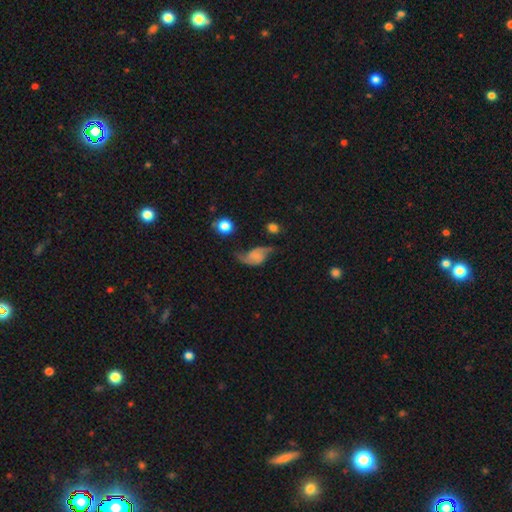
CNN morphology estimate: Q: Smooth or featured?
A: featured or disk (63%); runner-up: smooth (28%)
Q: Edge-on disk?
A: no (96%); runner-up: yes (4%)
Q: Bar?
A: no (62%); runner-up: weak (29%)
Q: Spiral arms?
A: yes (89%); runner-up: no (11%)
Q: Spiral winding?
A: loose (73%); runner-up: medium (21%)
Q: Spiral arm count?
A: 2 (88%); runner-up: 1 (5%)
Q: Bulge size?
A: none (57%); runner-up: small (25%)
Q: Merging?
A: none (44%); runner-up: minor disturbance (29%)